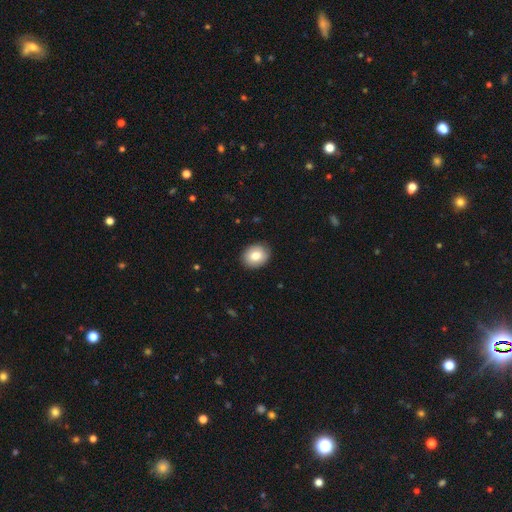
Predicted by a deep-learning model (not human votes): smooth-or-featured: smooth: 82% | featured or disk: 11% | star or artifact: 7%
  how-rounded: in between: 51% | round: 48% | cigar-shaped: 1%
  merging: none: 90% | minor disturbance: 8% | major disturbance: 2% | merger: 1%